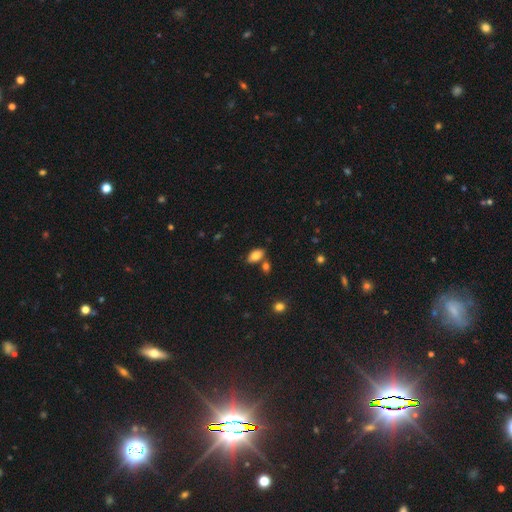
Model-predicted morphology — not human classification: The model was most divided on "merging": none: 72%, merger: 13%, minor disturbance: 12%, major disturbance: 3%. More confident: how rounded — in between (92%); smooth or featured — smooth (83%).